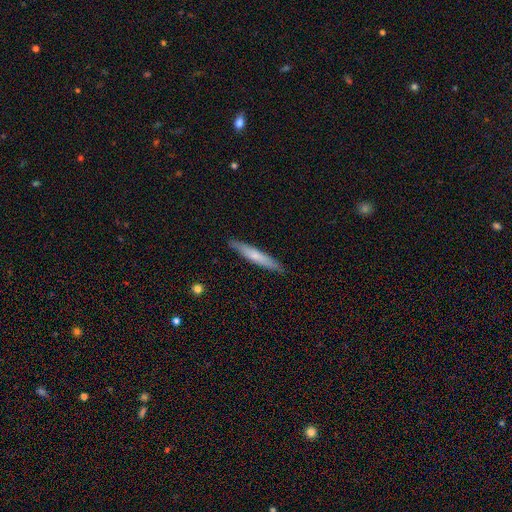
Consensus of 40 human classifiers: A smooth galaxy with no disk features (52%) that is cigar-shaped (90%).

Vote fractions:
- Smooth or featured? smooth: 52% / featured or disk: 48% / star or artifact: 0%
- How rounded? cigar-shaped: 90% / round: 5% / in between: 5%
- Merging? none: 90% / minor disturbance: 5% / merger: 5% / major disturbance: 0%